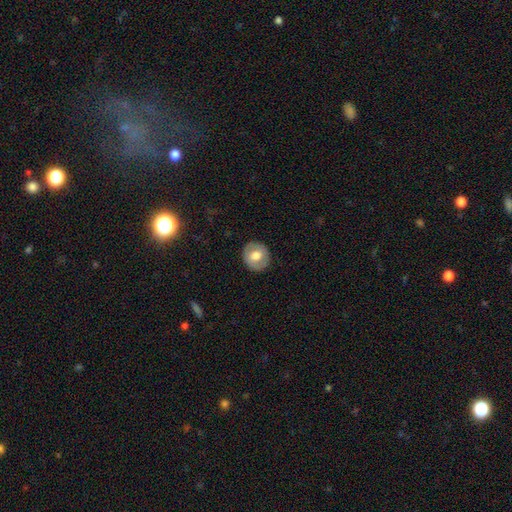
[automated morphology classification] A smooth galaxy with no disk features (63%) that is round (85%).

Vote fractions:
- Smooth or featured? smooth: 63% / featured or disk: 30% / star or artifact: 7%
- How rounded? round: 85% / in between: 14% / cigar-shaped: 1%
- Merging? none: 88% / minor disturbance: 9% / major disturbance: 2% / merger: 1%